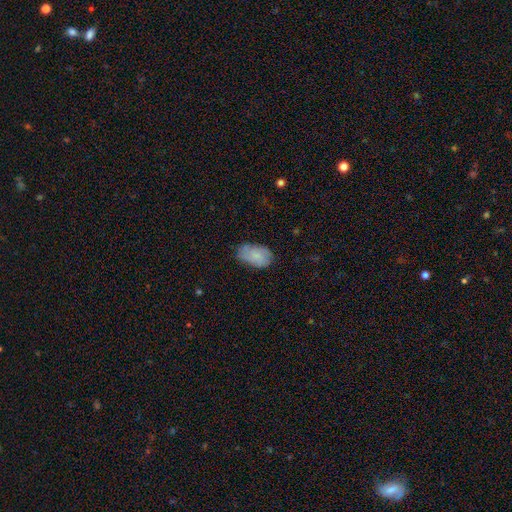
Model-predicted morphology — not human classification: Smooth or featured? Predicted: smooth (p=0.73). How rounded? Predicted: in between (p=0.92). Merging? Predicted: none (p=0.67).